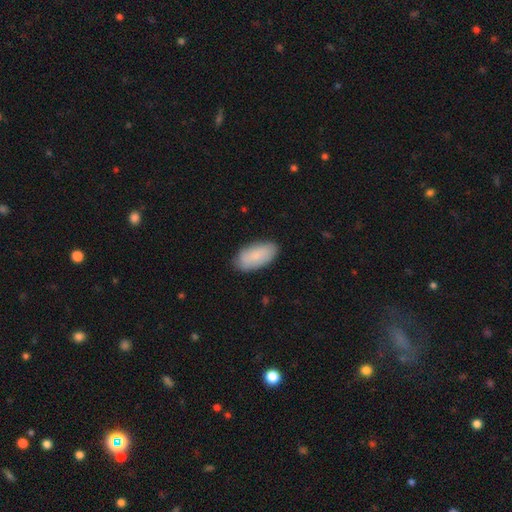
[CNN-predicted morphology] Smooth or featured? smooth (80%)
How rounded? in between (93%)
Merging? none (82%)